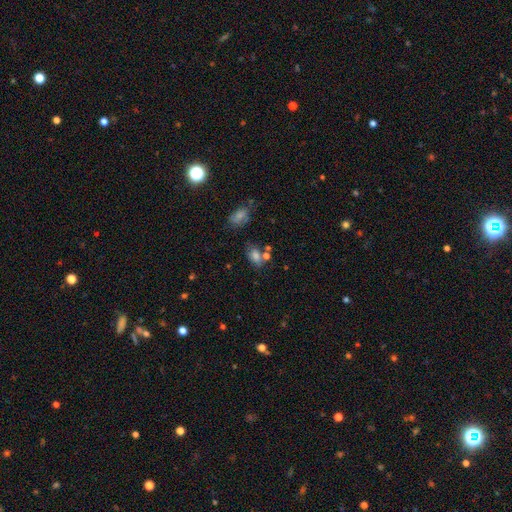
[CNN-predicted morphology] Overall: smooth (72%). How rounded: in between (82%). Merging: none (53%; merger 20%).